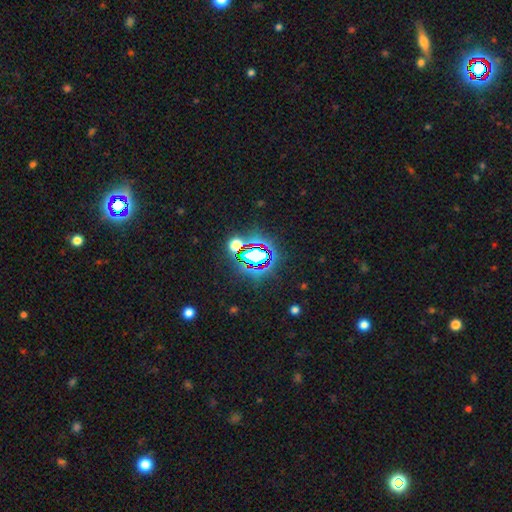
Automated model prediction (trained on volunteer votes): smooth-or-featured: star or artifact: 72% | smooth: 18% | featured or disk: 10%